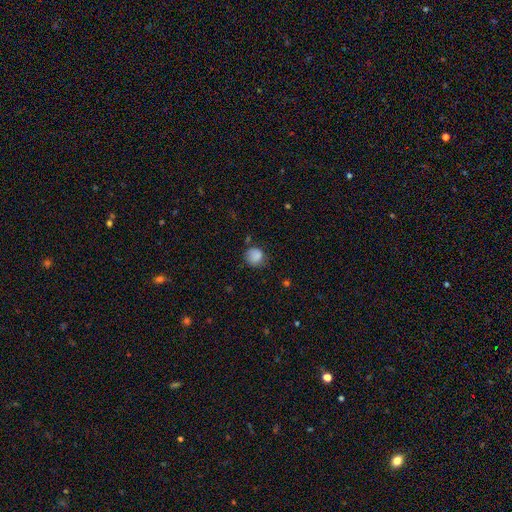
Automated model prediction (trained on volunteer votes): Smooth or featured? smooth (84%)
How rounded? round (81%)
Merging? none (66%)